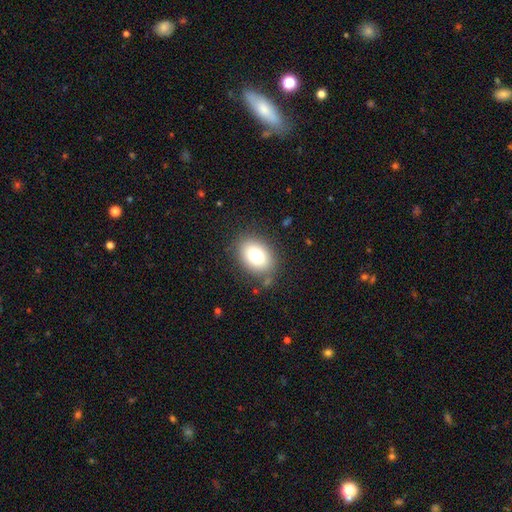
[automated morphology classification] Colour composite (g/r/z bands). It shows a smooth galaxy with no disk features (78%) that is in between round and cigar-shaped (73%). Merging: none (82%).